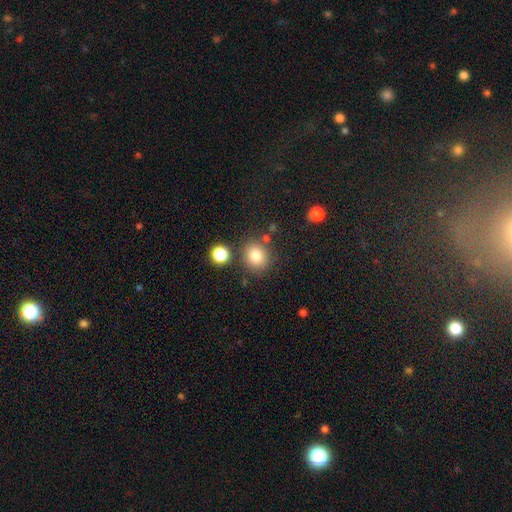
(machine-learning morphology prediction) Overall: smooth (80%). How rounded: round (83%). Merging: none (79%).